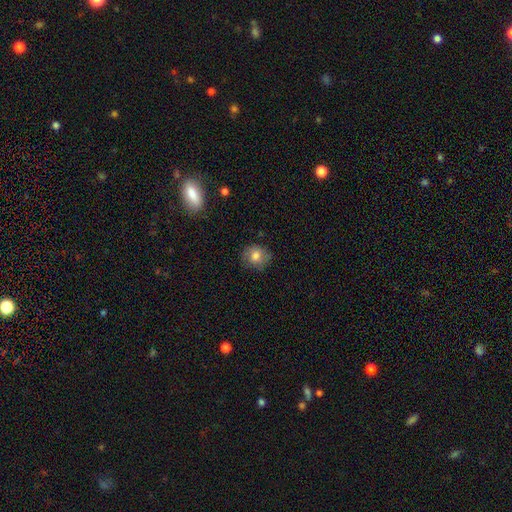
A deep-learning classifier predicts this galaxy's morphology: This is likely a smooth galaxy (75%). How rounded: likely round (79%). Merging: likely none (79%).